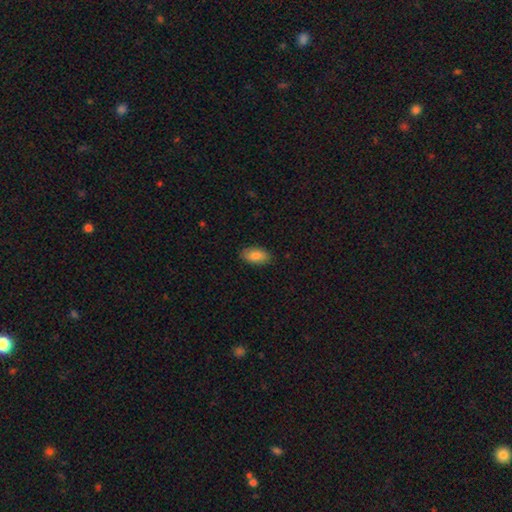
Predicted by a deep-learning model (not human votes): Smooth or featured?
  - smooth: 85% *
  - featured or disk: 9%
  - star or artifact: 6%
How rounded?
  - in between: 94% *
  - round: 3%
  - cigar-shaped: 3%
Merging?
  - none: 87% *
  - minor disturbance: 10%
  - major disturbance: 2%
  - merger: 1%